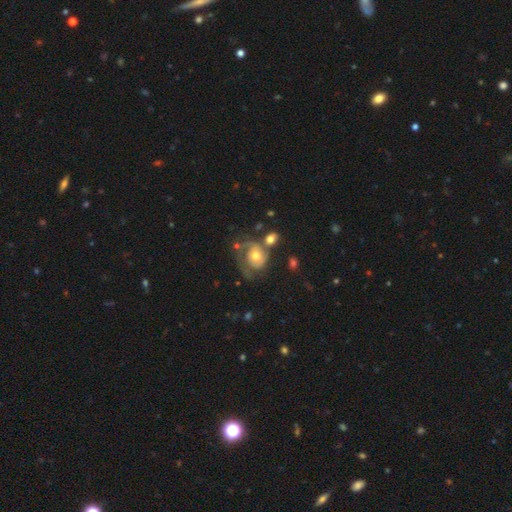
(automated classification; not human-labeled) Smooth or featured? featured or disk (65%)
Edge-on disk? no (97%)
Bar? no (78%)
Spiral arms? yes (83%)
Spiral winding? tight (44%)
Spiral arm count? 1 (46%)
Bulge size? moderate (69%)
Merging? none (36%)